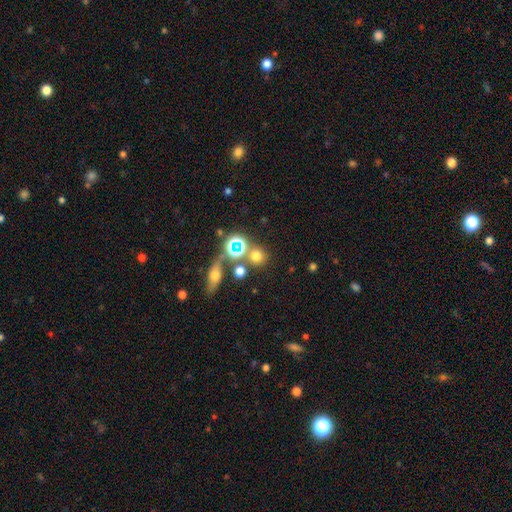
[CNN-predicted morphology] Q: Smooth or featured?
A: smooth (65%); runner-up: star or artifact (24%)
Q: How rounded?
A: round (87%); runner-up: in between (12%)
Q: Merging?
A: none (70%); runner-up: merger (18%)